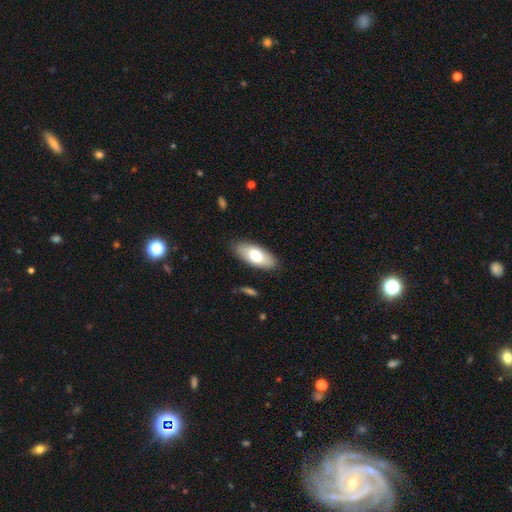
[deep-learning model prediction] Q: Smooth or featured?
A: smooth (73%); runner-up: featured or disk (21%)
Q: How rounded?
A: in between (88%); runner-up: cigar-shaped (10%)
Q: Merging?
A: none (87%); runner-up: minor disturbance (10%)